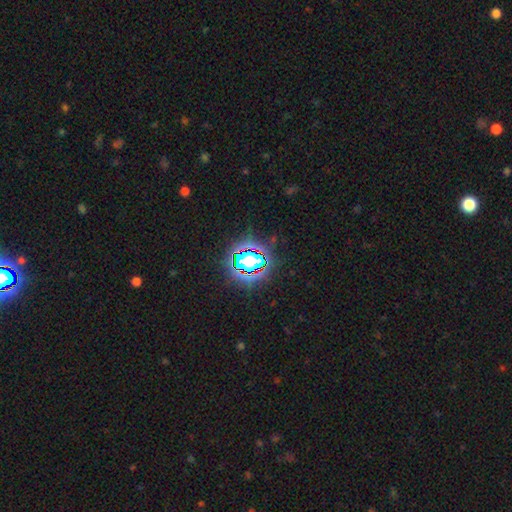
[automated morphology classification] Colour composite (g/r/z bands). It shows a star or artifact, not a galaxy (74%).